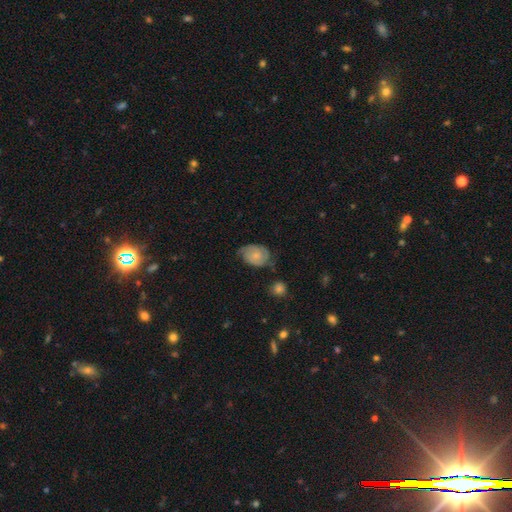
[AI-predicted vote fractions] This appears to be a featured or disk galaxy (60%) with no bar (70%), 2 (68%) tight (50%) spiral arms (90%) and a small central bulge (50%). Merging: none (57%).